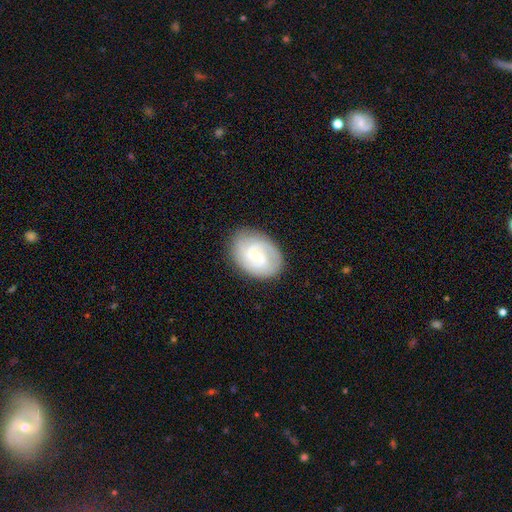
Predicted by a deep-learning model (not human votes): Smooth or featured?
  - featured or disk: 76% *
  - smooth: 19%
  - star or artifact: 6%
Edge-on disk?
  - no: 97% *
  - yes: 3%
Bar?
  - weak: 50% *
  - no: 40%
  - strong: 10%
Spiral arms?
  - yes: 94% *
  - no: 6%
Spiral winding?
  - tight: 48% *
  - medium: 40%
  - loose: 12%
Spiral arm count?
  - 2: 52% *
  - can't tell: 20%
  - 3: 17%
  - 1: 4%
  - 4: 4%
  - more than 4: 3%
Bulge size?
  - small: 67% *
  - moderate: 28%
  - none: 2%
  - large: 1%
  - dominant: 1%
Merging?
  - none: 81% *
  - minor disturbance: 13%
  - major disturbance: 4%
  - merger: 1%